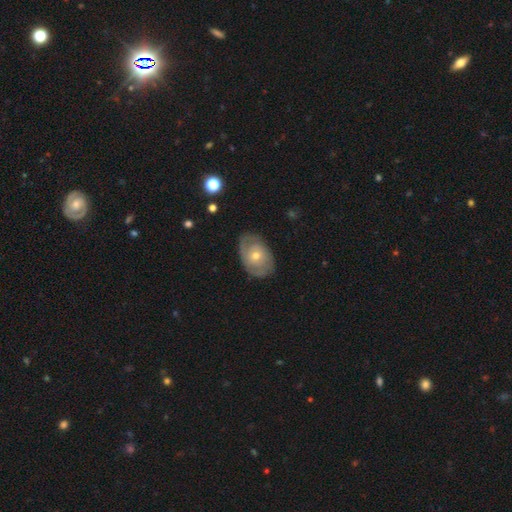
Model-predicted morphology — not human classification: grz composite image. It shows a featured or disk galaxy (65%) with no bar (81%), spiral arms (73%) and a small central bulge (49%). Merging: none (75%).